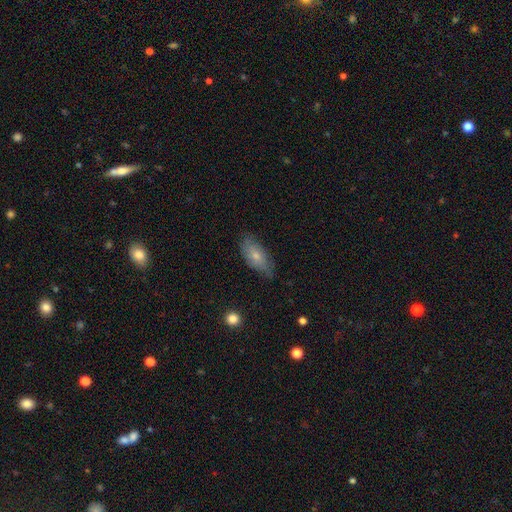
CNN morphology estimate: A smooth galaxy with no disk features (65%) that is in between round and cigar-shaped (87%). Merging: none (67%).